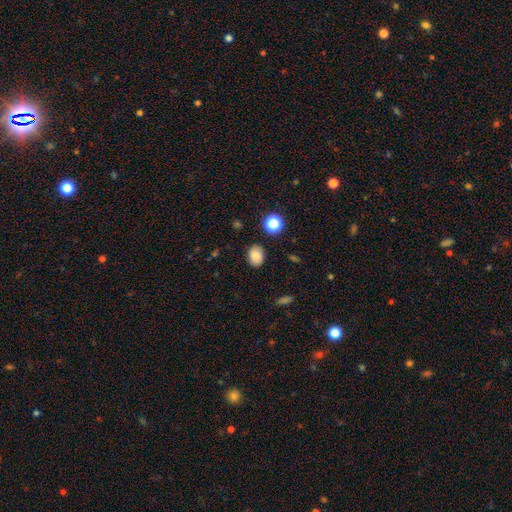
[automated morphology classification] Q: Smooth or featured?
A: smooth (83%); runner-up: star or artifact (11%)
Q: How rounded?
A: in between (61%); runner-up: round (38%)
Q: Merging?
A: none (85%); runner-up: minor disturbance (11%)